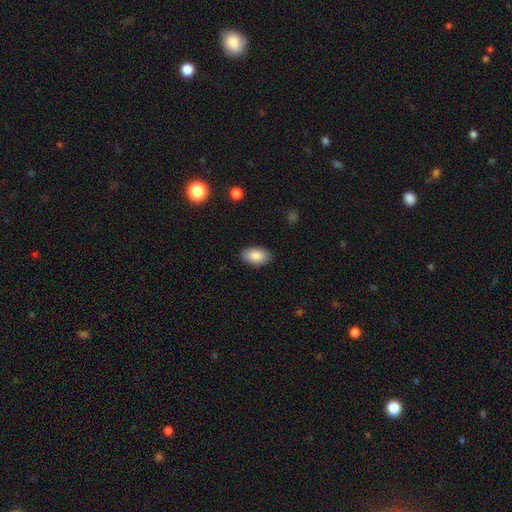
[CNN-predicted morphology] This appears to be a smooth galaxy with no disk features (87%) that is in between round and cigar-shaped (93%). Merging: none (87%).